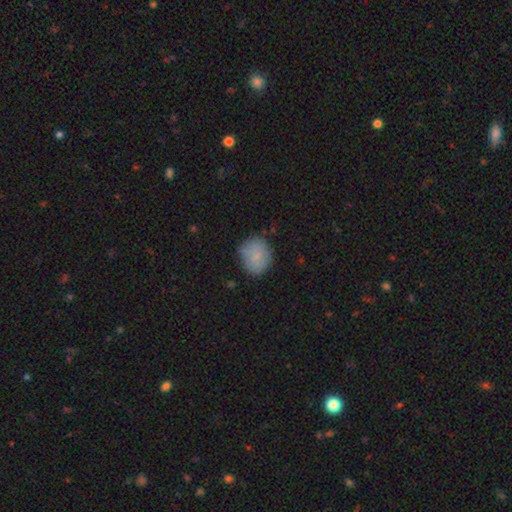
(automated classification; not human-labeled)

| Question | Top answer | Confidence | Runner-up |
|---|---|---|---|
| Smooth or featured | smooth | 73% | featured or disk (18%) |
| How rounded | round | 74% | in between (25%) |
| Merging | none | 70% | minor disturbance (22%) |